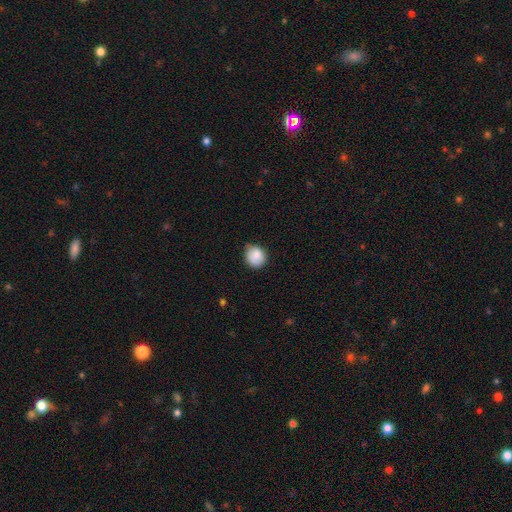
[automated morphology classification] Q: Smooth or featured?
A: smooth (86%); runner-up: star or artifact (8%)
Q: How rounded?
A: round (80%); runner-up: in between (19%)
Q: Merging?
A: none (62%); runner-up: minor disturbance (32%)